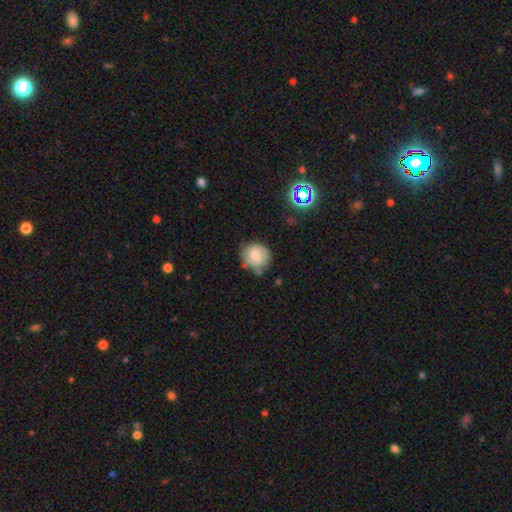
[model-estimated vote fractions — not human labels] Overall: smooth (65%; featured or disk 26%). How rounded: round (85%). Merging: none (68%).